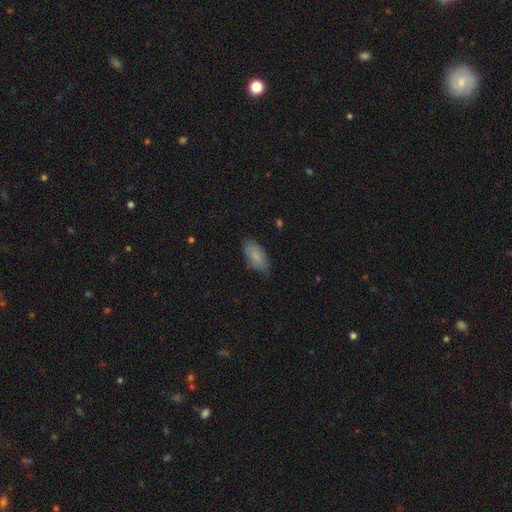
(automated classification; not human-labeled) Smooth or featured? smooth (83%)
How rounded? in between (88%)
Merging? none (76%)